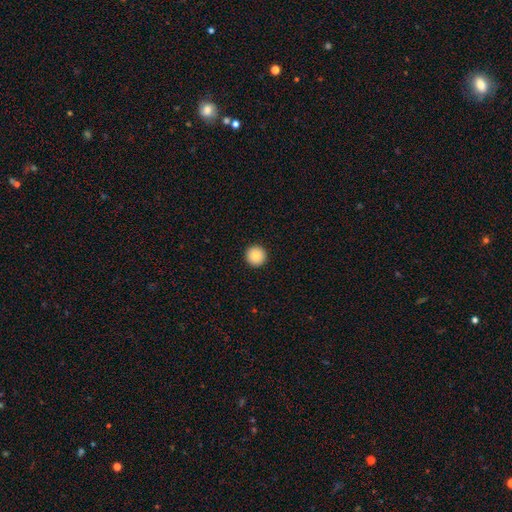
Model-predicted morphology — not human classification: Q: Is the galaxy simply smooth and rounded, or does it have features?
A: smooth — 87%.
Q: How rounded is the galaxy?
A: round — 96%.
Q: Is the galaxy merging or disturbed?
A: none — 94%.